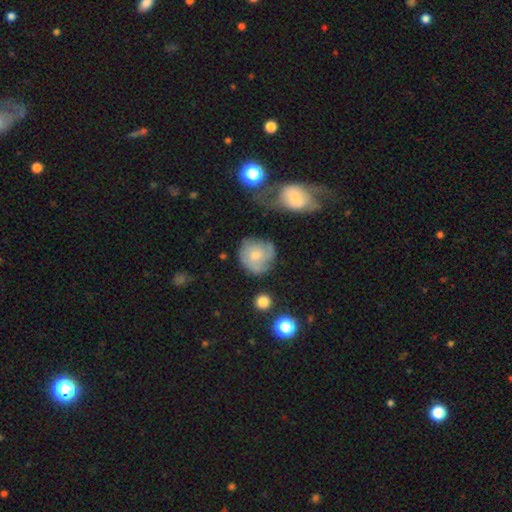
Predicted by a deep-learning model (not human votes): Smooth or featured? Predicted: smooth (p=0.48). Merging? Predicted: none (p=0.60).